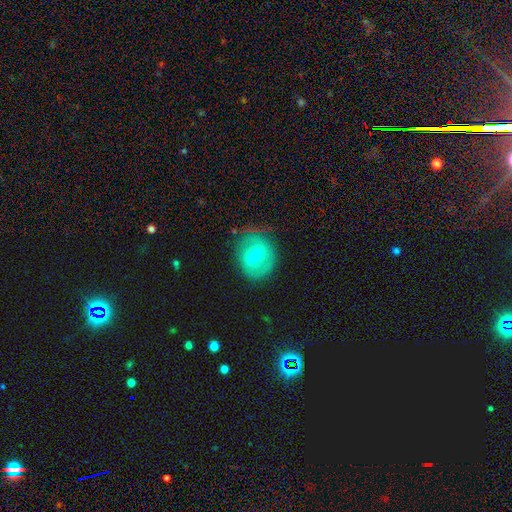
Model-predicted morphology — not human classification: Smooth or featured?
  - featured or disk: 49% *
  - smooth: 41%
  - star or artifact: 10%
Merging?
  - none: 67% *
  - minor disturbance: 22%
  - major disturbance: 10%
  - merger: 2%